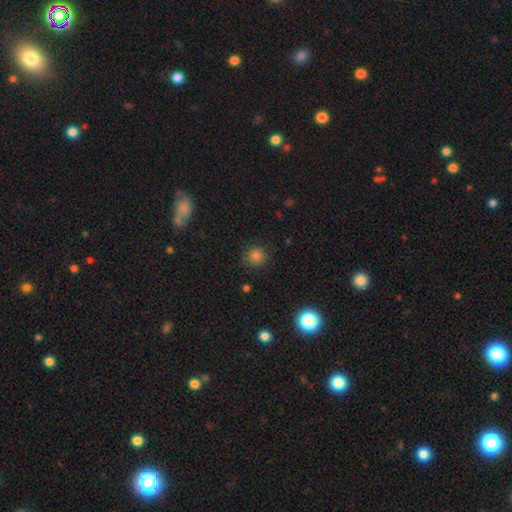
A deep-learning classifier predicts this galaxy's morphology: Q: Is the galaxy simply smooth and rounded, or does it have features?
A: smooth — 82%.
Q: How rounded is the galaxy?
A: round — 91%.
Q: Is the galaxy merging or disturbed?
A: none — 87%.